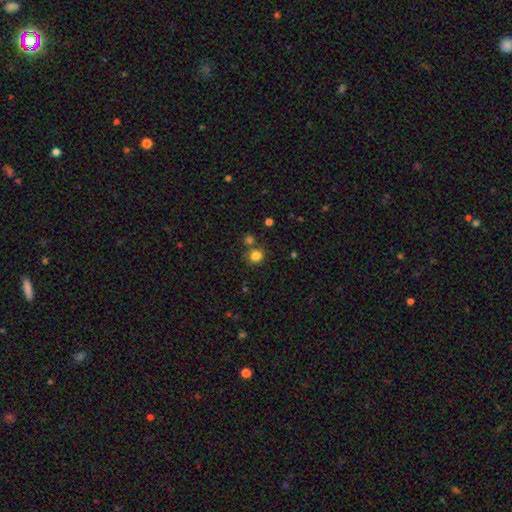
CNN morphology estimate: smooth 82%, star or artifact 13%, featured or disk 5%. Down the decision tree: how rounded — round (77%); merging — none (70%).